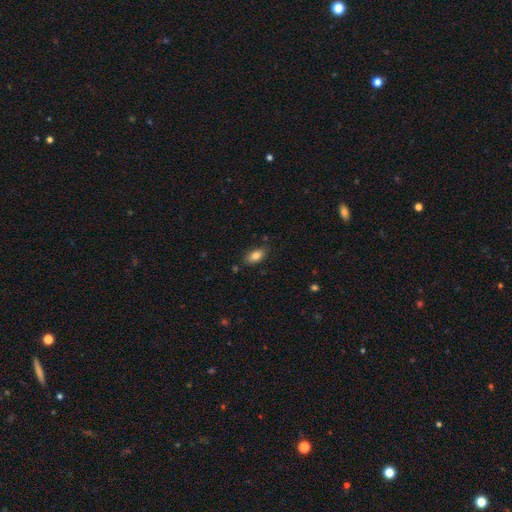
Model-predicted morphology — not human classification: smooth_or_featured: smooth (p=0.84) [alt: star or artifact p=0.08]
how_rounded: in between (p=0.90) [alt: cigar-shaped p=0.05]
merging: none (p=0.82) [alt: minor disturbance p=0.13]